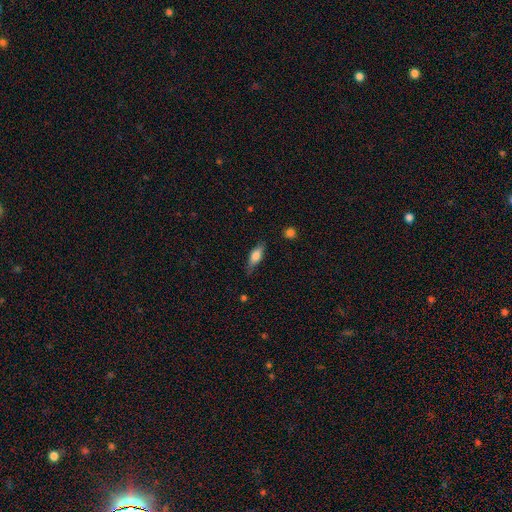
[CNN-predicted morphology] Smooth or featured? Predicted: smooth (p=0.65). How rounded? Predicted: in between (p=0.58). Merging? Predicted: none (p=0.75).